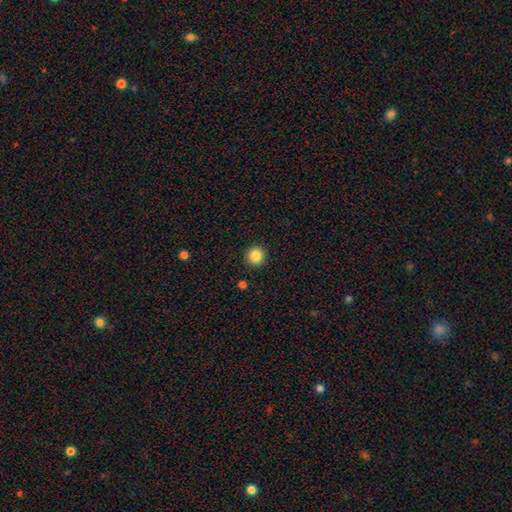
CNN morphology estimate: Q: Smooth or featured?
A: smooth (86%); runner-up: star or artifact (10%)
Q: How rounded?
A: round (91%); runner-up: in between (8%)
Q: Merging?
A: none (91%); runner-up: minor disturbance (6%)